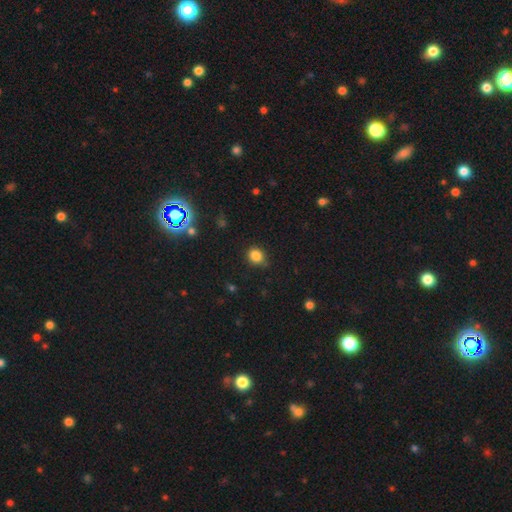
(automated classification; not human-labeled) A smooth galaxy with no disk features (83%) that is round (72%). Merging: none (76%).